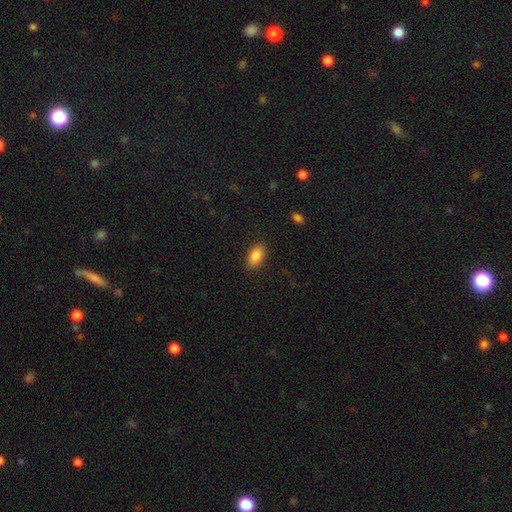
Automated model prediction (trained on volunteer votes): smooth-or-featured: smooth: 87% | star or artifact: 8% | featured or disk: 6%
  how-rounded: in between: 91% | round: 5% | cigar-shaped: 4%
  merging: none: 87% | minor disturbance: 9% | major disturbance: 3% | merger: 1%